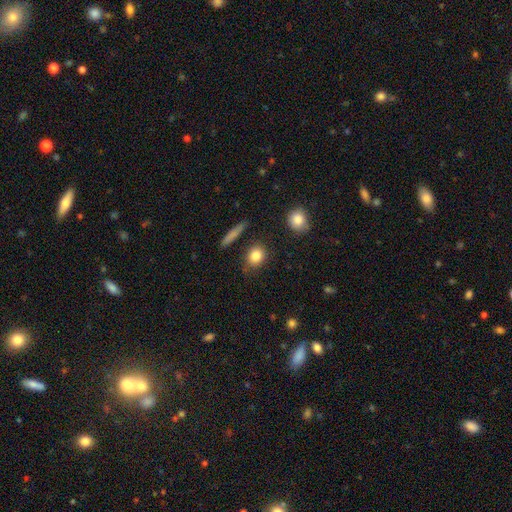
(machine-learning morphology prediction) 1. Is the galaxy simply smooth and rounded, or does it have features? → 84% smooth, 9% star or artifact, 7% featured or disk.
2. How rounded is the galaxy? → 61% round, 35% in between, 4% cigar-shaped.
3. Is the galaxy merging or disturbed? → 81% none, 12% minor disturbance, 4% merger, 3% major disturbance.